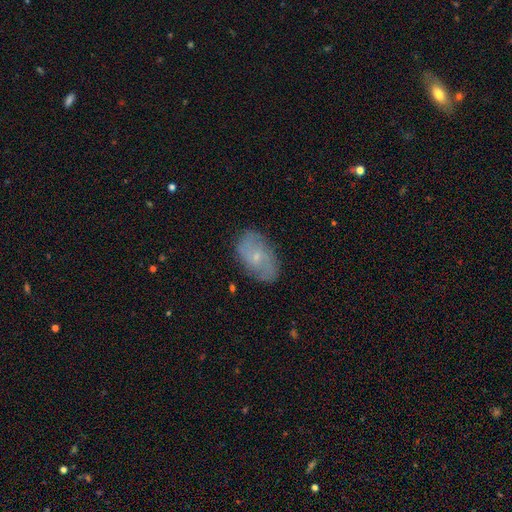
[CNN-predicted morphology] smooth_or_featured: featured or disk (p=0.61) [alt: smooth p=0.31]
disk_edge_on: no (p=0.95) [alt: yes p=0.05]
bar: no (p=0.66) [alt: weak p=0.29]
has_spiral_arms: yes (p=0.83) [alt: no p=0.17]
bulge_size: small (p=0.77) [alt: moderate p=0.18]
merging: none (p=0.79) [alt: minor disturbance p=0.16]